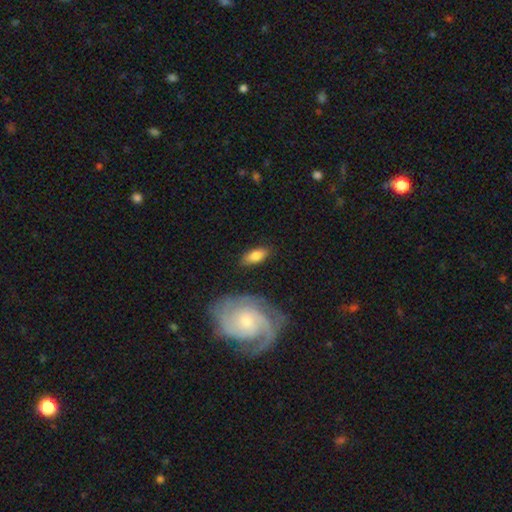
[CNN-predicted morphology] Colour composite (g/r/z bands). It shows a smooth galaxy with no disk features (79%) that is in between round and cigar-shaped (86%). Merging: none (81%).